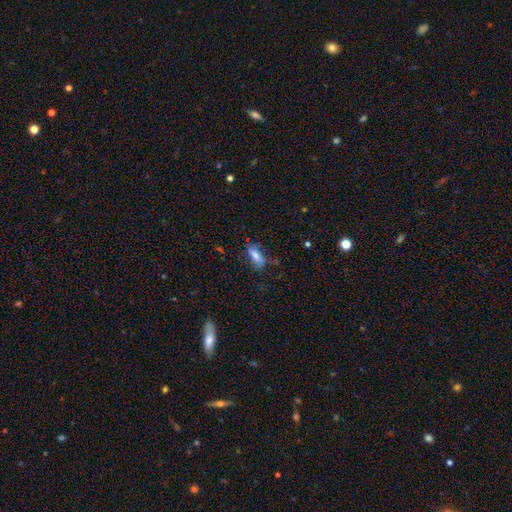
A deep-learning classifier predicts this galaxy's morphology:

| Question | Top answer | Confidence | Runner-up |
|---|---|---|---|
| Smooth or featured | smooth | 71% | featured or disk (21%) |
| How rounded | in between | 68% | cigar-shaped (29%) |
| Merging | none | 65% | minor disturbance (24%) |